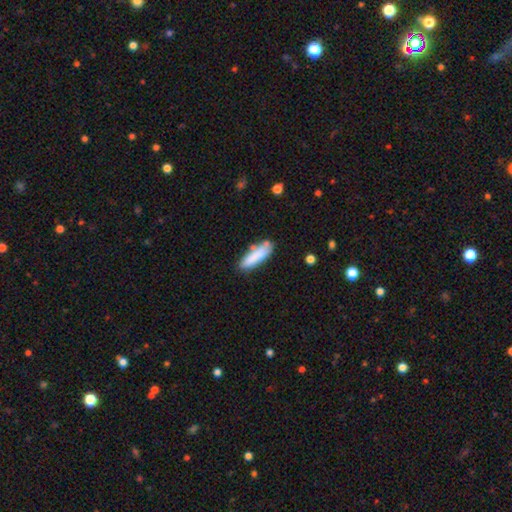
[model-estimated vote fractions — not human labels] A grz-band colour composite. It shows a smooth galaxy with no disk features (82%) that is cigar-shaped (61%). Merging: none (68%).